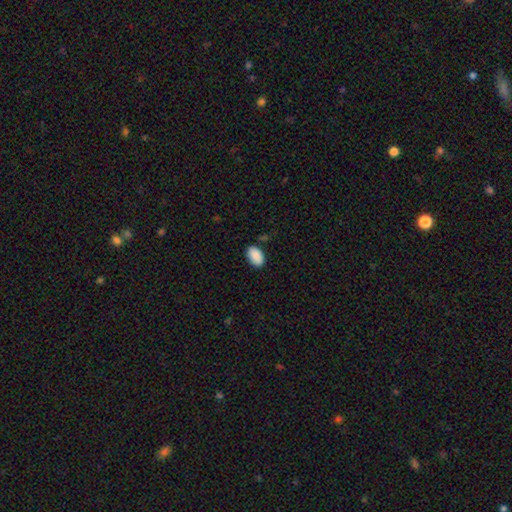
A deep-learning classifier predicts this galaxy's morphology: smooth_or_featured: smooth (p=0.90) [alt: star or artifact p=0.06]
how_rounded: in between (p=0.93) [alt: round p=0.06]
merging: none (p=0.81) [alt: minor disturbance p=0.14]